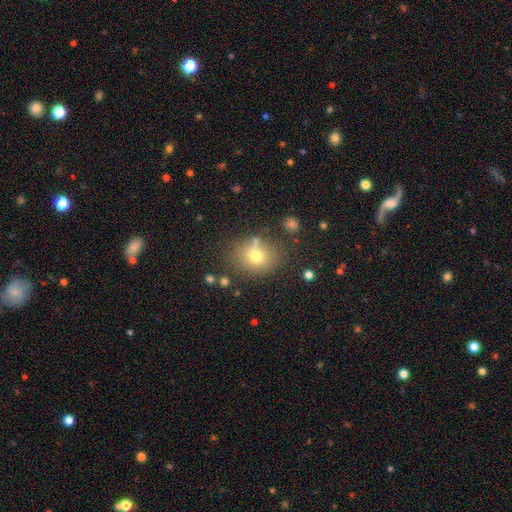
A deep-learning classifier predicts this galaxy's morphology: A smooth galaxy with no disk features (70%) that is round (68%).

Vote fractions:
- Smooth or featured? smooth: 70% / star or artifact: 16% / featured or disk: 15%
- How rounded? round: 68% / in between: 31% / cigar-shaped: 1%
- Merging? none: 68% / minor disturbance: 15% / merger: 10% / major disturbance: 6%